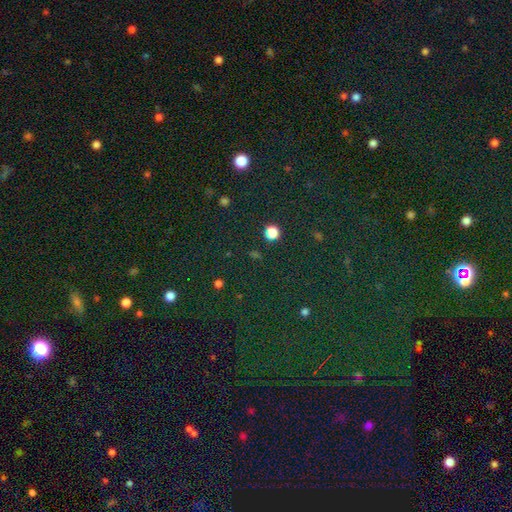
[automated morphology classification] The model was most divided on "smooth or featured": star or artifact: 77%, smooth: 15%, featured or disk: 8%.